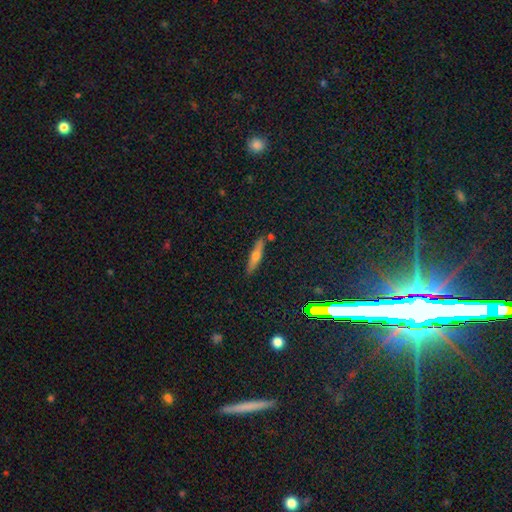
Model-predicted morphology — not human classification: Smooth or featured? Predicted: smooth (p=0.45). Merging? Predicted: none (p=0.83).